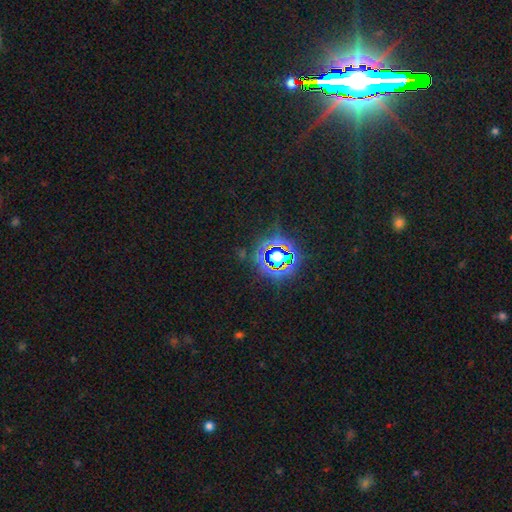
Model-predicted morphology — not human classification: Smooth or featured: star or artifact — 85% (smooth — 8%)